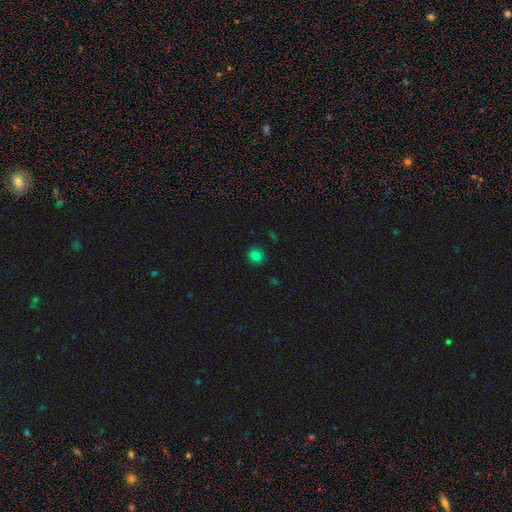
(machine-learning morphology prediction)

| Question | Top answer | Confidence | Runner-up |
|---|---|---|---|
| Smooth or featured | smooth | 81% | star or artifact (14%) |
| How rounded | round | 88% | in between (11%) |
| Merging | none | 90% | minor disturbance (7%) |